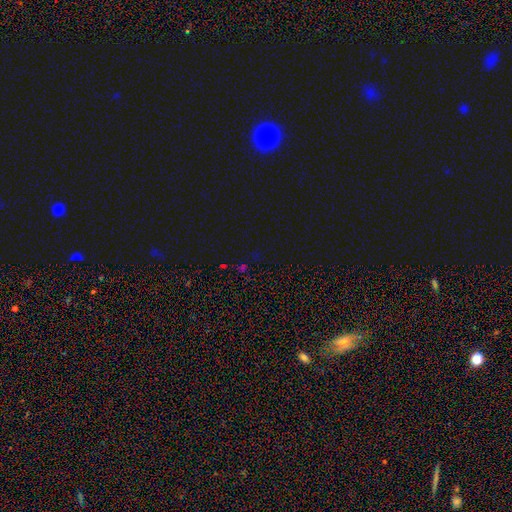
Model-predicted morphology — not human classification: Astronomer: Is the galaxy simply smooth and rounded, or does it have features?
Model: star or artifact — 68%.